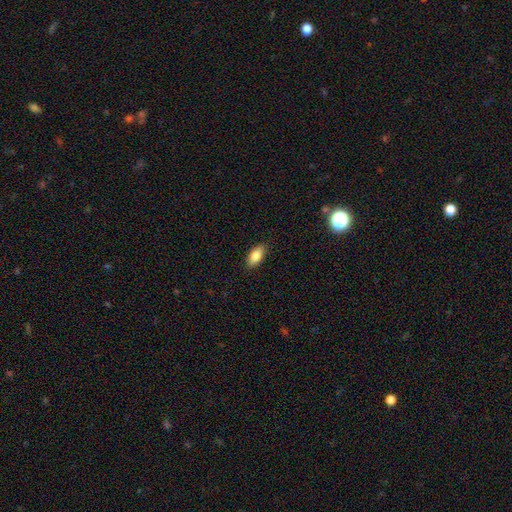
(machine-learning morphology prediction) type=smooth (84%); roundness=in between (89%); merging=none (87%).